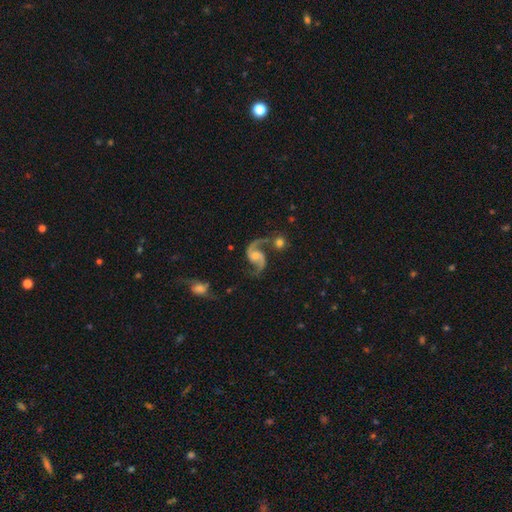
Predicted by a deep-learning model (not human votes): Morphology: type=featured or disk (91%); edge-on=no (98%); bar=no (57%); spiral arms=yes (98%); winding=loose (56%); arm count=2 (94%); bulge=small (42%); merging=none (64%).